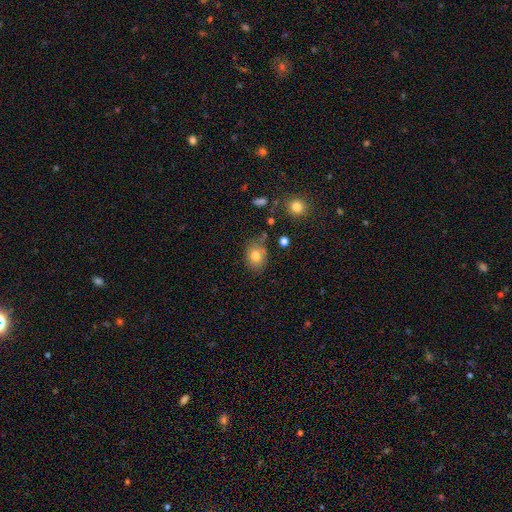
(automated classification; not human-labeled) smooth_or_featured: smooth (p=0.78) [alt: featured or disk p=0.11]
how_rounded: in between (p=0.52) [alt: round p=0.47]
merging: none (p=0.71) [alt: minor disturbance p=0.19]